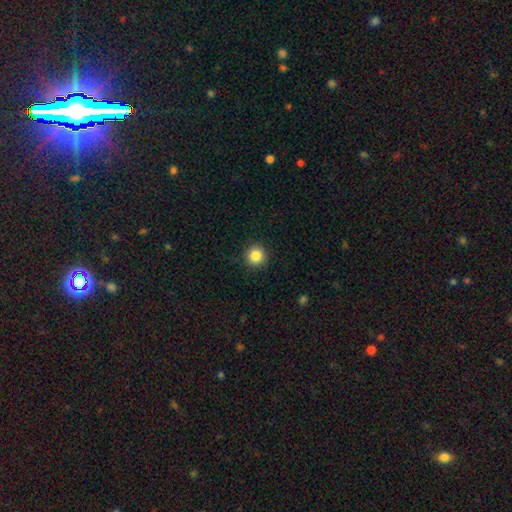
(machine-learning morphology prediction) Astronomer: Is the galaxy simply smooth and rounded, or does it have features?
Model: smooth — 86%.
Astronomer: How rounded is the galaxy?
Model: round — 95%.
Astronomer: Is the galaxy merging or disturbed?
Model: none — 92%.